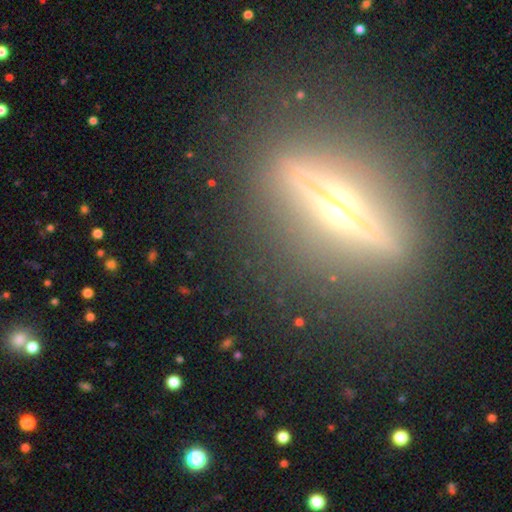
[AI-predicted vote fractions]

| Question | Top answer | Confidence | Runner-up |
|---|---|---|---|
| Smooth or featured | featured or disk | 78% | smooth (12%) |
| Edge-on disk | yes | 91% | no (9%) |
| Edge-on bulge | rounded | 90% | none (6%) |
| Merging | none | 84% | minor disturbance (10%) |